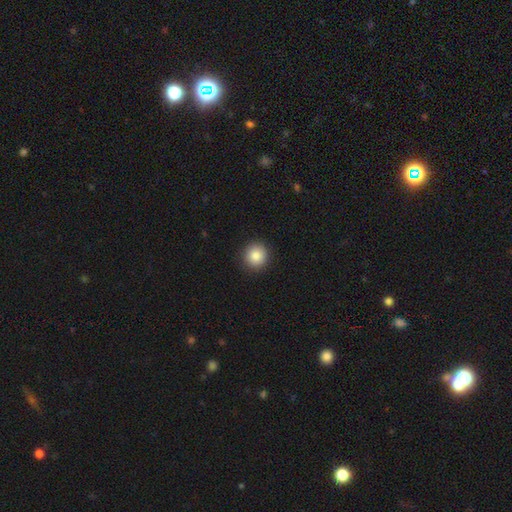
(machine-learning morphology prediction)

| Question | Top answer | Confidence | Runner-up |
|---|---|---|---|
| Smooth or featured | smooth | 86% | star or artifact (9%) |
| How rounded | round | 93% | in between (6%) |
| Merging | none | 92% | minor disturbance (5%) |